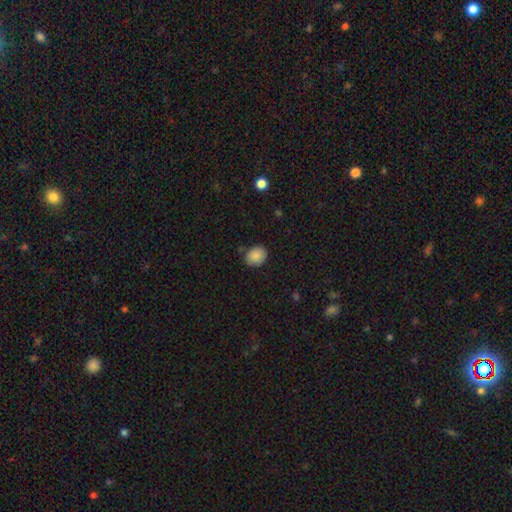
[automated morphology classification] smooth 88%, star or artifact 8%, featured or disk 4%. Down the decision tree: how rounded — round (50%); merging — none (77%).